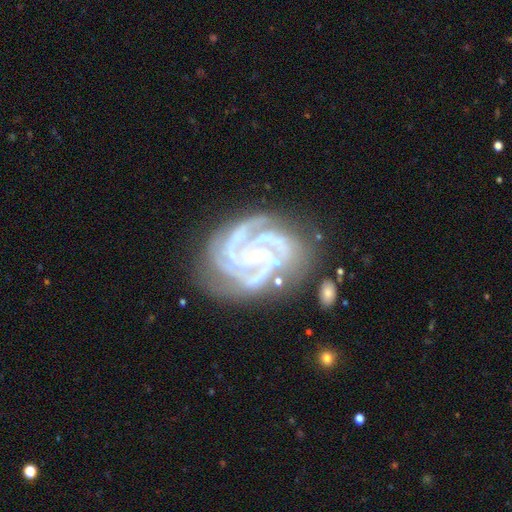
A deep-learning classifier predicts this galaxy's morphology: Smooth or featured: featured or disk — 92% (star or artifact — 5%)
Edge-on disk: no — 98% (yes — 2%)
Bar: no — 64% (weak — 23%)
Spiral arms: yes — 99% (no — 1%)
Spiral winding: tight — 72% (medium — 25%)
Spiral arm count: 3 — 41% (4 — 36%)
Bulge size: small — 83% (moderate — 12%)
Merging: none — 71% (minor disturbance — 20%)